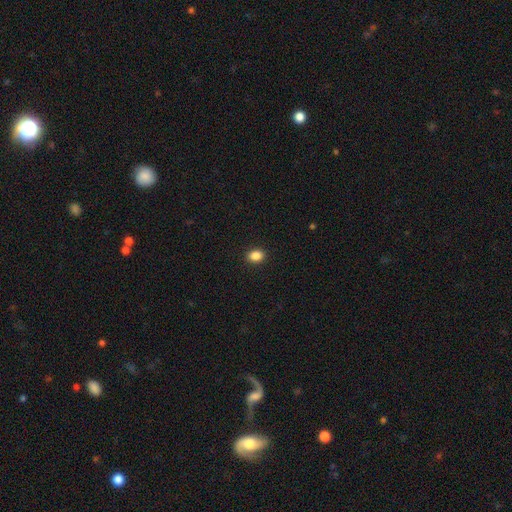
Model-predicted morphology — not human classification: Smooth or featured?
  - smooth: 87% *
  - star or artifact: 10%
  - featured or disk: 3%
How rounded?
  - in between: 65% *
  - round: 34%
  - cigar-shaped: 1%
Merging?
  - none: 91% *
  - minor disturbance: 6%
  - major disturbance: 2%
  - merger: 1%